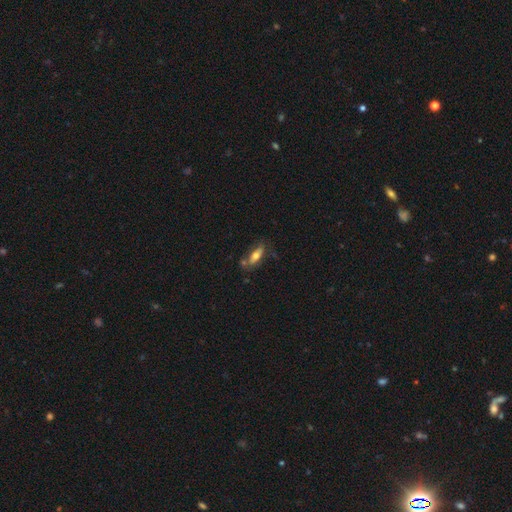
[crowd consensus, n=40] Smooth or featured? 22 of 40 (55%) said smooth. How rounded? 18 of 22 (82%) said in between. Merging? 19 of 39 (49%) said none.